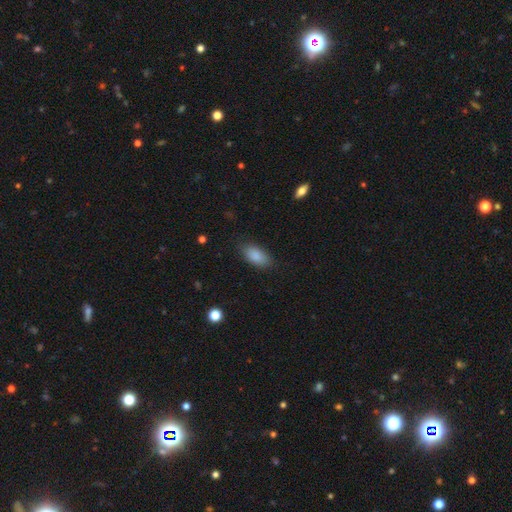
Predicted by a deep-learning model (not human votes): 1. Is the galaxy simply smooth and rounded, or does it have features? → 88% smooth, 7% star or artifact, 5% featured or disk.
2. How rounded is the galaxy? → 92% in between, 5% cigar-shaped, 4% round.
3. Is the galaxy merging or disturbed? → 83% none, 13% minor disturbance, 3% major disturbance, 1% merger.